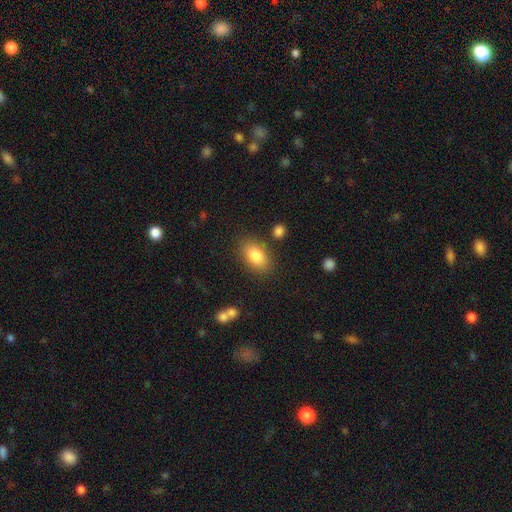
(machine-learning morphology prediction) A smooth galaxy with no disk features (83%) that is in between round and cigar-shaped (88%).

Vote fractions:
- Smooth or featured? smooth: 83% / featured or disk: 9% / star or artifact: 8%
- How rounded? in between: 88% / round: 9% / cigar-shaped: 2%
- Merging? none: 81% / minor disturbance: 11% / merger: 4% / major disturbance: 4%